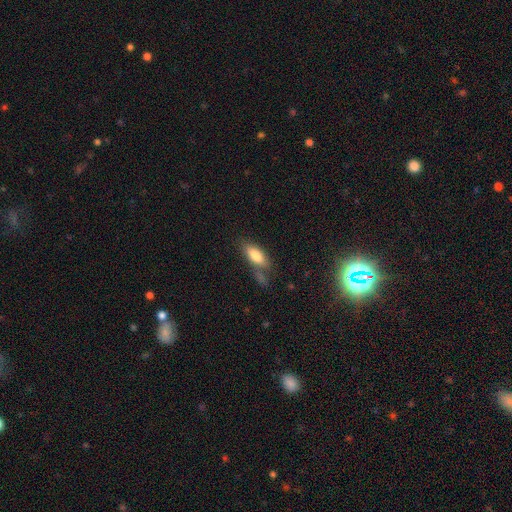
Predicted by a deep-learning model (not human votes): This is likely a smooth galaxy (80%). How rounded: likely in between (77%). Merging: possibly none (59%).